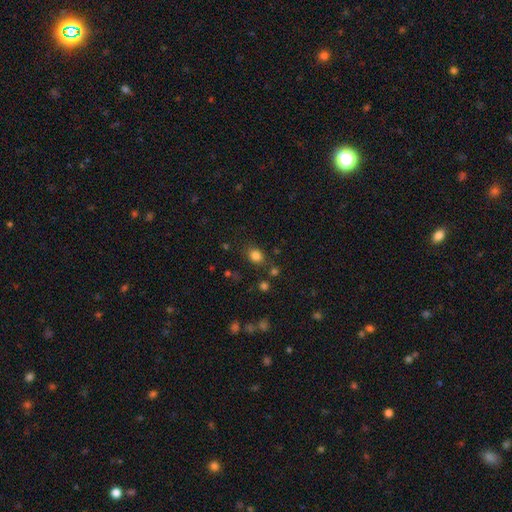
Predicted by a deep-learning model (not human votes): smooth-or-featured: smooth: 81% | star or artifact: 14% | featured or disk: 6%
  how-rounded: round: 51% | in between: 48% | cigar-shaped: 1%
  merging: none: 77% | minor disturbance: 13% | merger: 5% | major disturbance: 4%